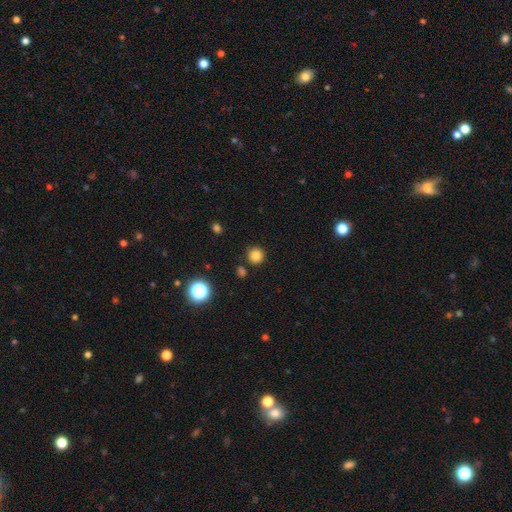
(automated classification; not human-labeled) Morphology: type=smooth (82%); roundness=round (94%); merging=none (86%).